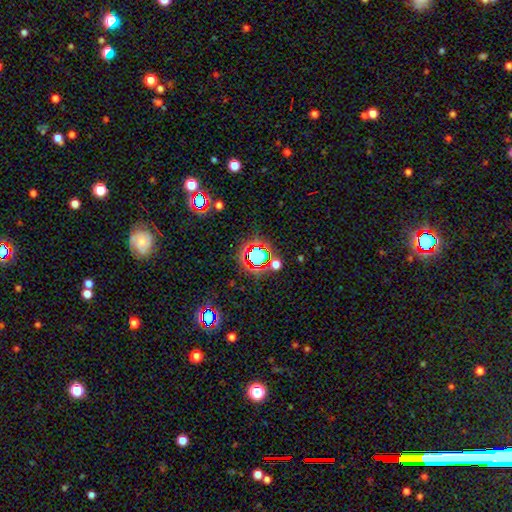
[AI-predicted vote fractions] Q: Smooth or featured?
A: star or artifact (57%); runner-up: smooth (31%)